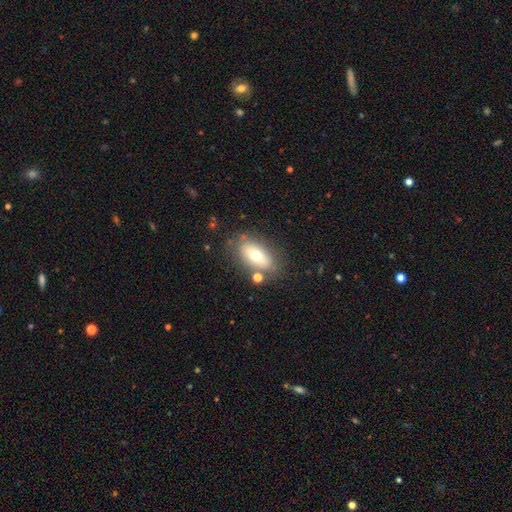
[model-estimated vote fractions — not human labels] A smooth galaxy with no disk features (63%) that is in between round and cigar-shaped (85%).

Vote fractions:
- Smooth or featured? smooth: 63% / featured or disk: 29% / star or artifact: 9%
- How rounded? in between: 85% / cigar-shaped: 8% / round: 7%
- Merging? none: 74% / minor disturbance: 14% / merger: 7% / major disturbance: 5%